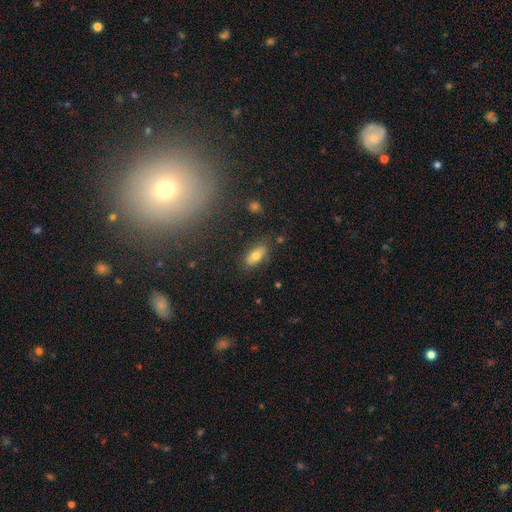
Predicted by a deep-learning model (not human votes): Smooth or featured? Predicted: smooth (p=0.72). How rounded? Predicted: in between (p=0.81). Merging? Predicted: none (p=0.82).